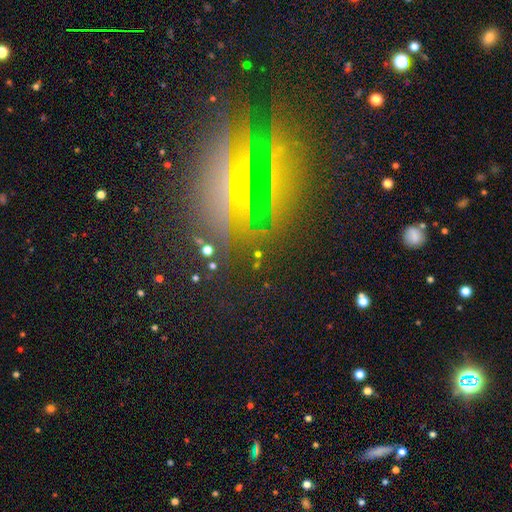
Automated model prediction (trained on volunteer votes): Smooth or featured?
  - star or artifact: 55% *
  - featured or disk: 30%
  - smooth: 15%